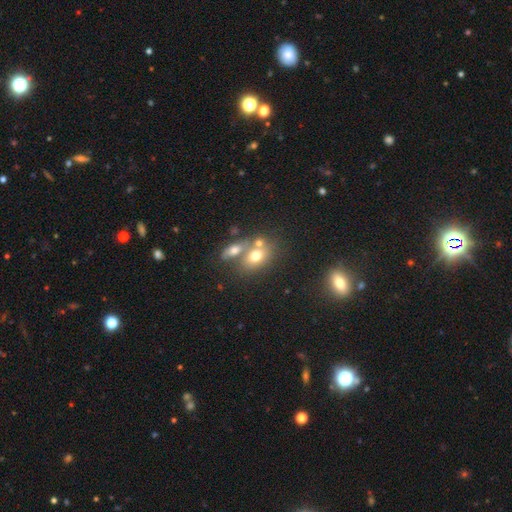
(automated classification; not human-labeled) This appears to be a smooth galaxy with no disk features (66%) that is in between round and cigar-shaped (69%). Merging: merger (44%).